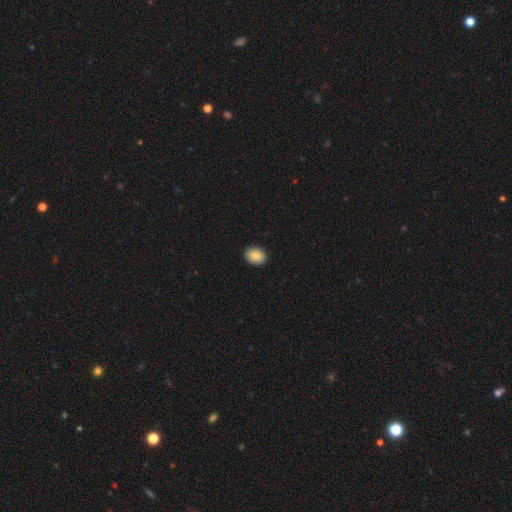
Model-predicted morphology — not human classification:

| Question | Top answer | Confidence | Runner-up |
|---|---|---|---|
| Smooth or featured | smooth | 86% | star or artifact (8%) |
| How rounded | in between | 55% | round (45%) |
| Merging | none | 91% | minor disturbance (7%) |